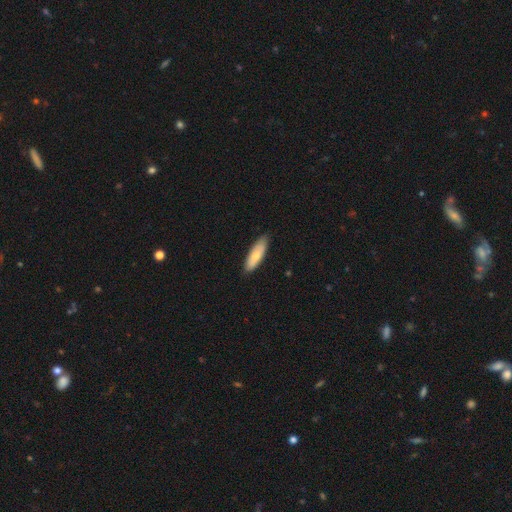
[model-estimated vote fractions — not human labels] Smooth or featured? smooth (70%)
How rounded? cigar-shaped (50%)
Merging? none (84%)